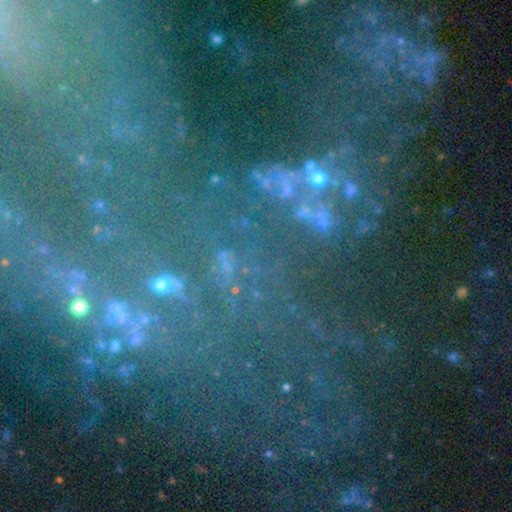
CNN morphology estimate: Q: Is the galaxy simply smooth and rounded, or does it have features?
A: star or artifact — 57%.